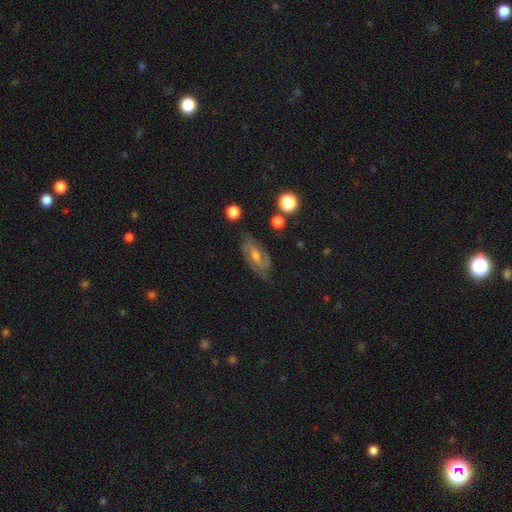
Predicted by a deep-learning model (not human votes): Smooth or featured?
  - featured or disk: 76% *
  - smooth: 15%
  - star or artifact: 9%
Edge-on disk?
  - no: 93% *
  - yes: 7%
Bar?
  - weak: 50% *
  - no: 30%
  - strong: 20%
Spiral arms?
  - yes: 93% *
  - no: 7%
Spiral winding?
  - medium: 47% *
  - tight: 37%
  - loose: 16%
Spiral arm count?
  - 2: 79% *
  - can't tell: 11%
  - 3: 4%
  - 1: 2%
  - 4: 2%
  - more than 4: 2%
Bulge size?
  - moderate: 52% *
  - small: 41%
  - none: 3%
  - large: 3%
  - dominant: 1%
Merging?
  - none: 76% *
  - minor disturbance: 17%
  - major disturbance: 5%
  - merger: 2%